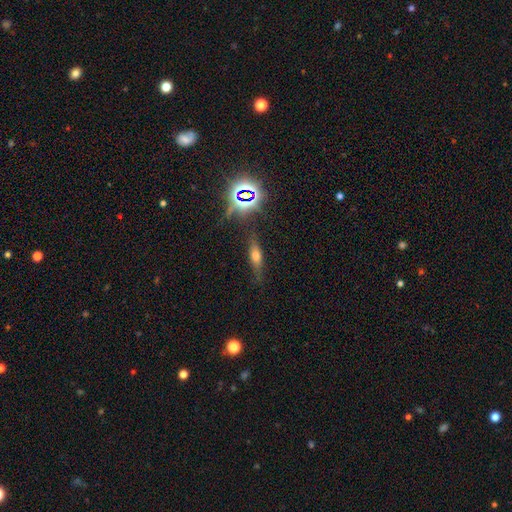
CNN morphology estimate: A smooth galaxy with no disk features (46%).

Vote fractions:
- Smooth or featured? smooth: 46% / featured or disk: 32% / star or artifact: 22%
- Merging? none: 77% / minor disturbance: 15% / major disturbance: 5% / merger: 3%